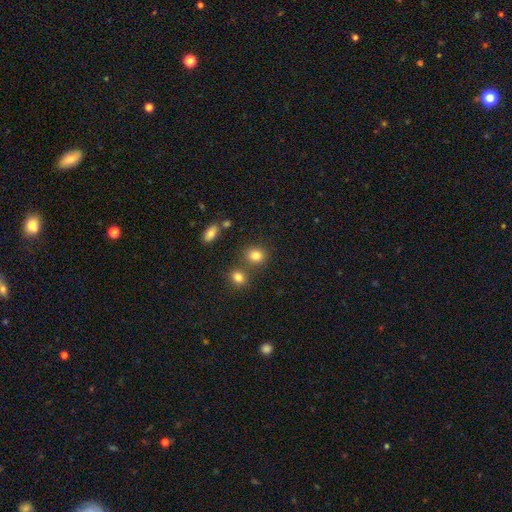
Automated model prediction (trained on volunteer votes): Overall: smooth (82%). How rounded: round (64%; in between 35%). Merging: none (70%).